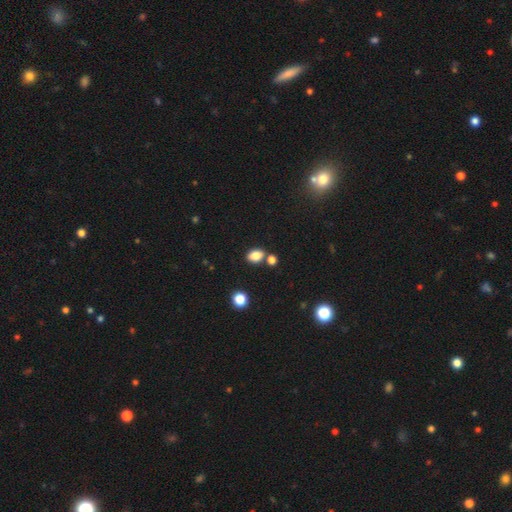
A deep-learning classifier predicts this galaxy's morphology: Smooth or featured? Predicted: smooth (p=0.84). How rounded? Predicted: in between (p=0.78). Merging? Predicted: none (p=0.70).